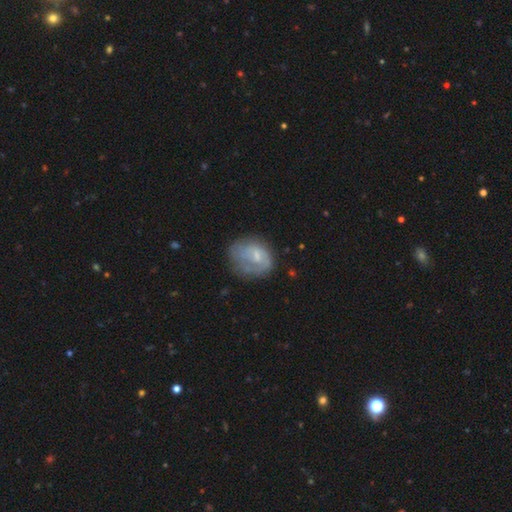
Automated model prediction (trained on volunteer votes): featured or disk 48%, smooth 44%, star or artifact 8%. Down the decision tree: merging — none (45%).